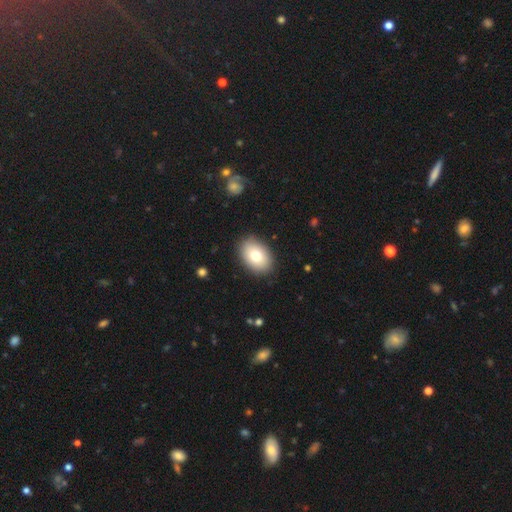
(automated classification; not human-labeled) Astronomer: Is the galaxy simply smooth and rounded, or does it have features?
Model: smooth — 77%.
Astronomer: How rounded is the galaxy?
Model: in between — 82%.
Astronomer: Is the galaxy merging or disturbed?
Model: none — 88%.